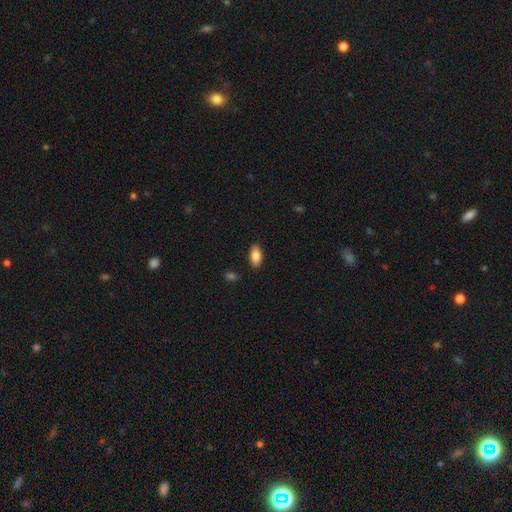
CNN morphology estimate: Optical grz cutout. It shows a smooth galaxy with no disk features (84%) that is in between round and cigar-shaped (92%). Merging: none (87%).